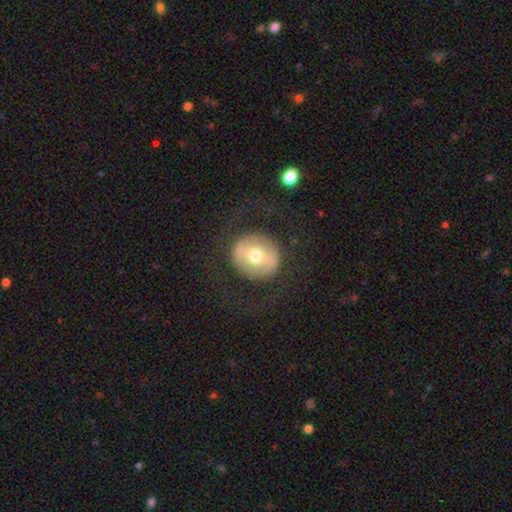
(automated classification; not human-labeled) featured or disk 48%, smooth 45%, star or artifact 7%. Down the decision tree: merging — none (77%).